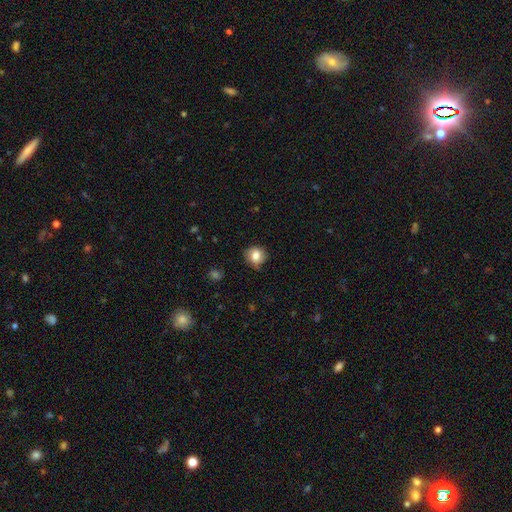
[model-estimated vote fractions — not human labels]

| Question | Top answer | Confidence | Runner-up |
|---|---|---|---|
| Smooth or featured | smooth | 80% | featured or disk (11%) |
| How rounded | round | 78% | in between (21%) |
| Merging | none | 67% | minor disturbance (26%) |